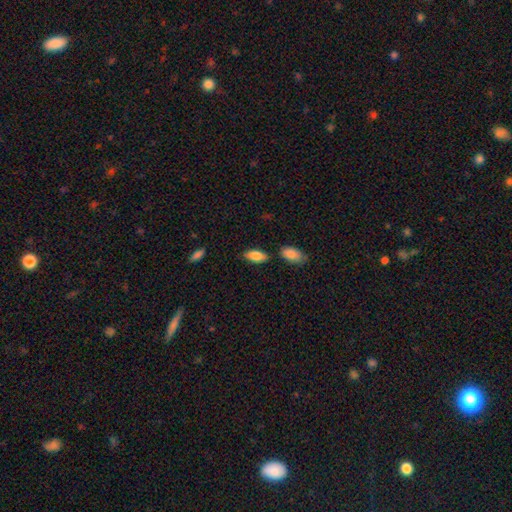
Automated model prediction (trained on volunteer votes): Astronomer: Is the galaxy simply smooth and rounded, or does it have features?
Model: smooth — 85%.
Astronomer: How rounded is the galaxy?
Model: in between — 90%.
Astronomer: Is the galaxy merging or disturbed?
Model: none — 76%.